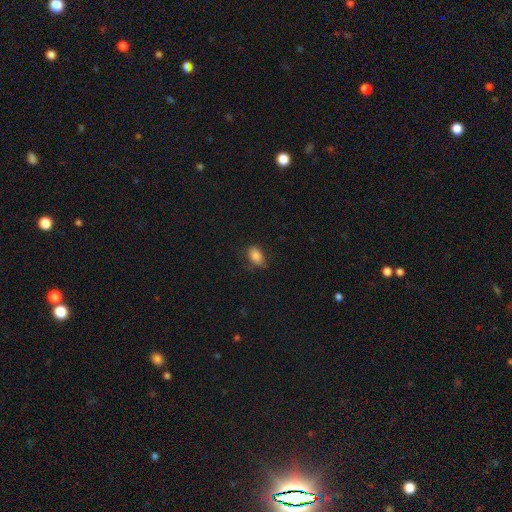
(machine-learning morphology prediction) The model was most divided on "merging": none: 72%, minor disturbance: 21%, major disturbance: 6%, merger: 1%. More confident: how rounded — in between (86%); smooth or featured — smooth (85%).